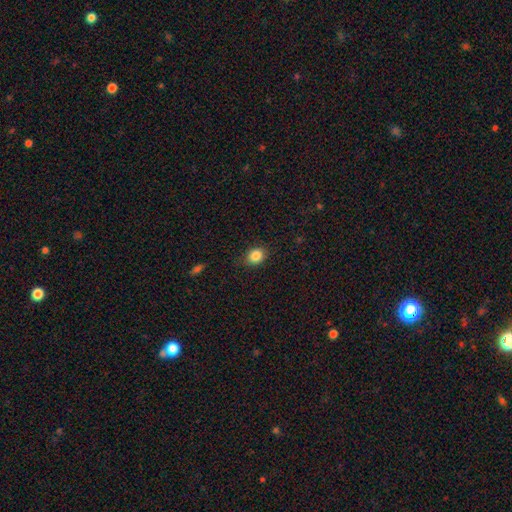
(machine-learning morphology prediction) This is clearly a smooth galaxy (85%). How rounded: possibly round (53%). Merging: clearly none (85%).